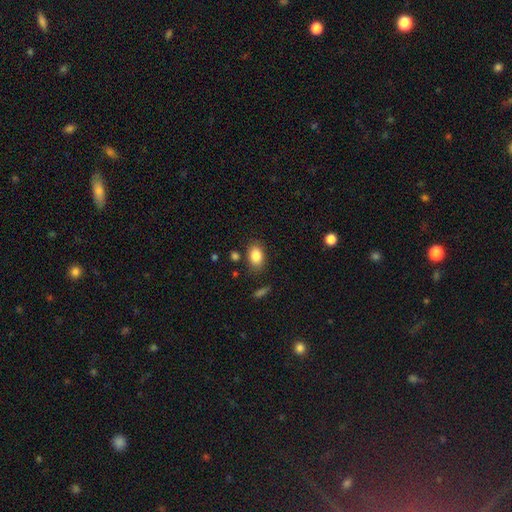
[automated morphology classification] Smooth or featured?
  - smooth: 85% *
  - star or artifact: 8%
  - featured or disk: 7%
How rounded?
  - in between: 81% *
  - round: 17%
  - cigar-shaped: 1%
Merging?
  - none: 82% *
  - minor disturbance: 12%
  - major disturbance: 3%
  - merger: 3%